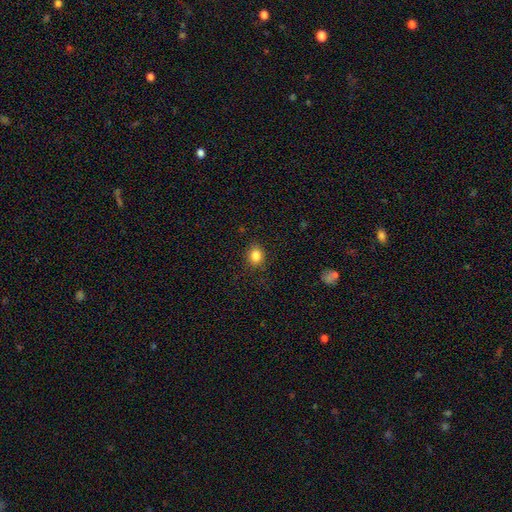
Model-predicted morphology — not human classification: type=smooth (84%); roundness=round (64%); merging=none (86%).